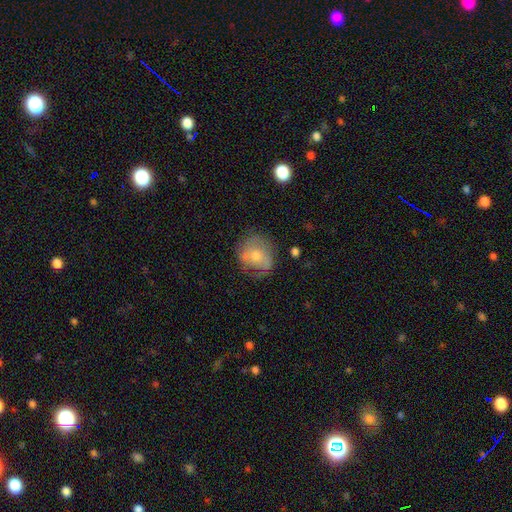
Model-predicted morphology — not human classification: Smooth or featured: featured or disk — 47% (smooth — 43%)
Merging: none — 65% (minor disturbance — 23%)